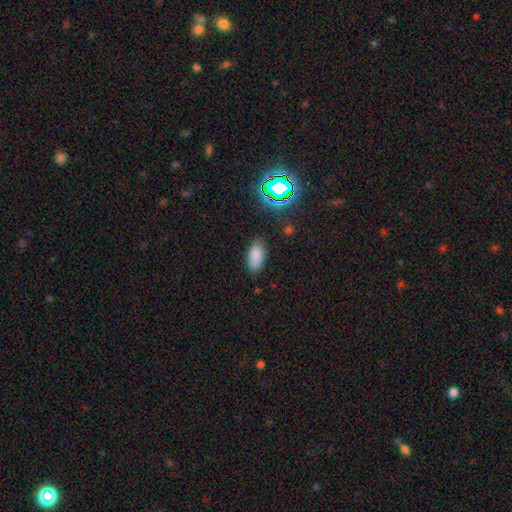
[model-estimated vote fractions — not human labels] smooth_or_featured: smooth (p=0.81) [alt: star or artifact p=0.13]
how_rounded: in between (p=0.91) [alt: cigar-shaped p=0.05]
merging: none (p=0.81) [alt: minor disturbance p=0.14]